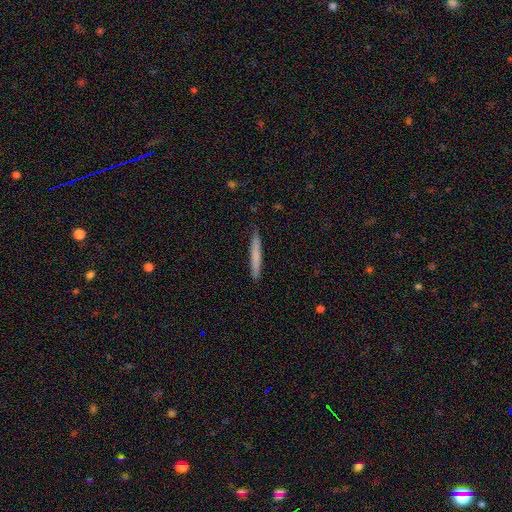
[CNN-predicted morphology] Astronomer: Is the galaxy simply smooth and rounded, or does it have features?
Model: smooth — 73%.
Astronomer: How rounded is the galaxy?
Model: cigar-shaped — 96%.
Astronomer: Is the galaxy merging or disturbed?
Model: none — 88%.